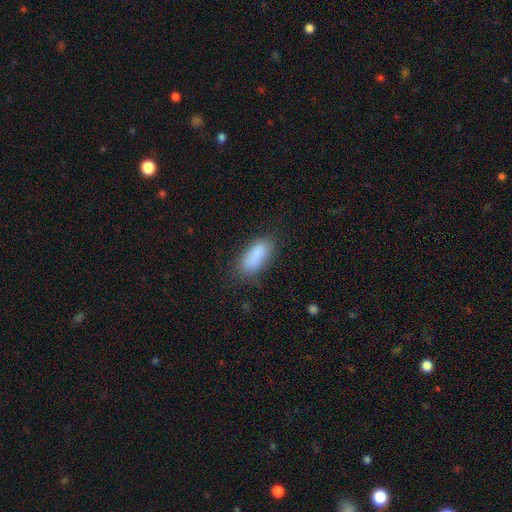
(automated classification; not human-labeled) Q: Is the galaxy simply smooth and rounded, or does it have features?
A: smooth — 86%.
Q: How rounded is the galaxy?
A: in between — 84%.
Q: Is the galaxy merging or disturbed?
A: none — 74%.